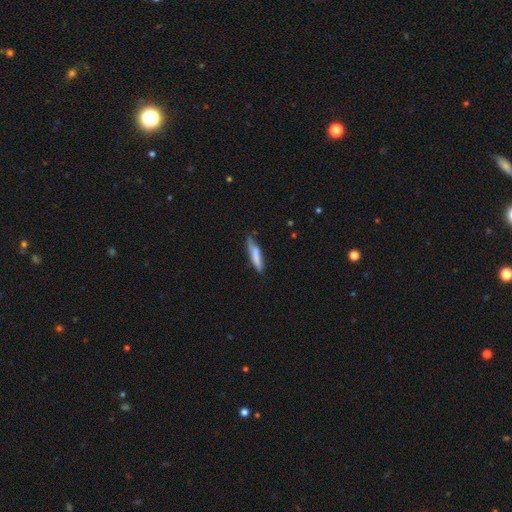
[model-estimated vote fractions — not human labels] smooth 73%, featured or disk 21%, star or artifact 6%. Down the decision tree: how rounded — cigar-shaped (86%); merging — none (71%).